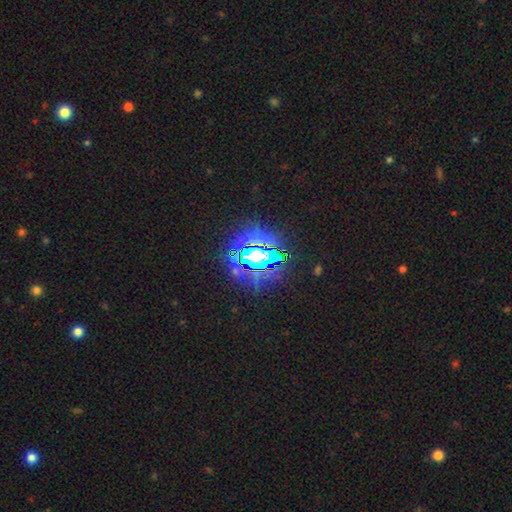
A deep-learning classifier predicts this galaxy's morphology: A star or artifact, not a galaxy (76%).